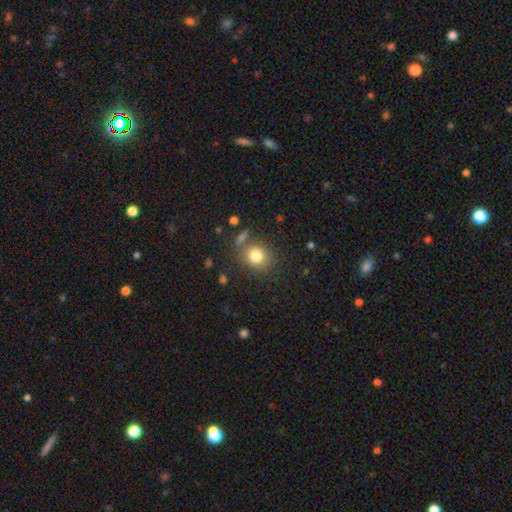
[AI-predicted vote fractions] Overall: smooth (81%). How rounded: round (72%). Merging: none (74%).